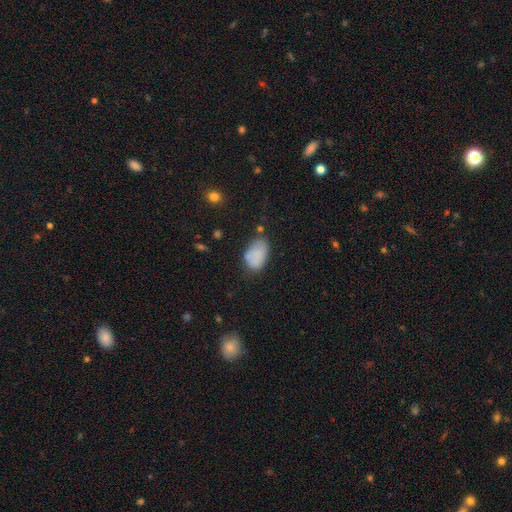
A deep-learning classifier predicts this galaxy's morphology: A smooth galaxy with no disk features (80%) that is in between round and cigar-shaped (89%).

Vote fractions:
- Smooth or featured? smooth: 80% / featured or disk: 11% / star or artifact: 9%
- How rounded? in between: 89% / round: 10% / cigar-shaped: 1%
- Merging? none: 54% / minor disturbance: 29% / major disturbance: 10% / merger: 7%